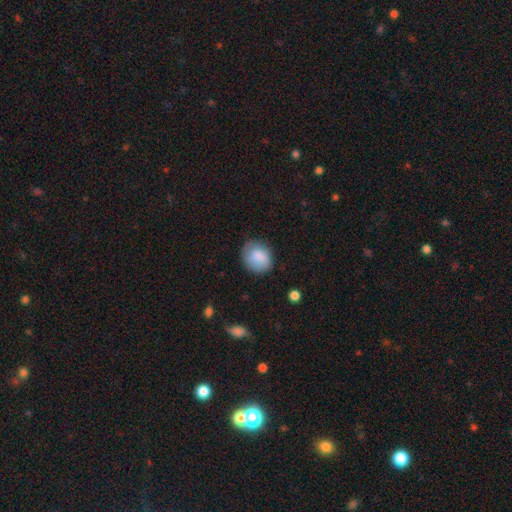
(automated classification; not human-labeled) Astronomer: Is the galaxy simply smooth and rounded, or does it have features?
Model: smooth — 84%.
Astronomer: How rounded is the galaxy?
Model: round — 67%.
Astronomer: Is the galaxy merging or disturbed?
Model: none — 73%.